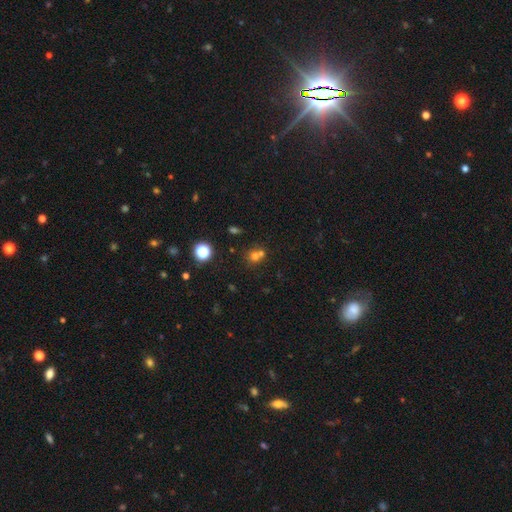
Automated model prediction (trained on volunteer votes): This is likely a smooth galaxy (64%). How rounded: clearly round (81%). Merging: possibly merger (45%, tied with none).